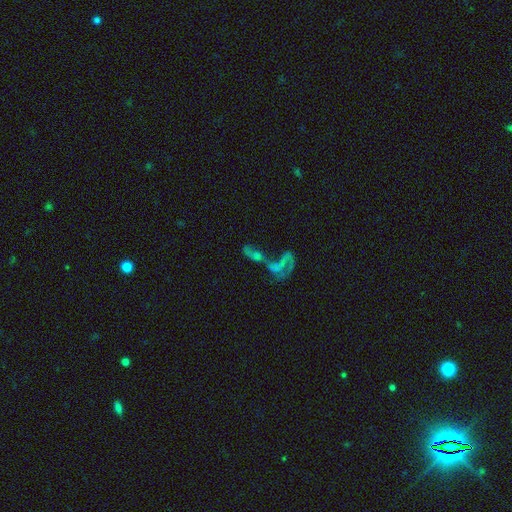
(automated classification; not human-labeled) Q: Smooth or featured?
A: featured or disk (52%); runner-up: smooth (25%)
Q: Edge-on disk?
A: no (88%); runner-up: yes (12%)
Q: Merging?
A: merger (57%); runner-up: major disturbance (20%)